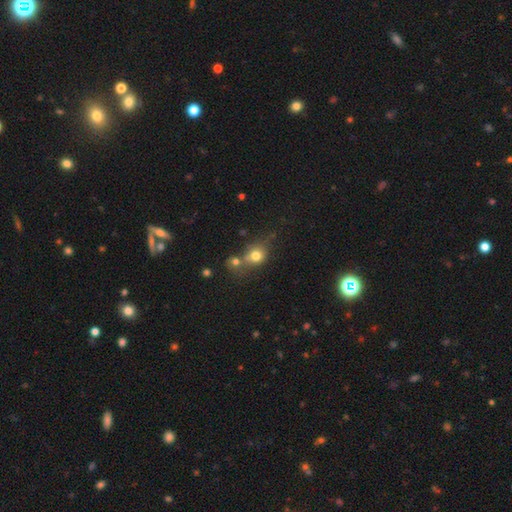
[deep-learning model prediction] This is likely a smooth galaxy (74%). How rounded: likely round (70%). Merging: marginally none (41%).